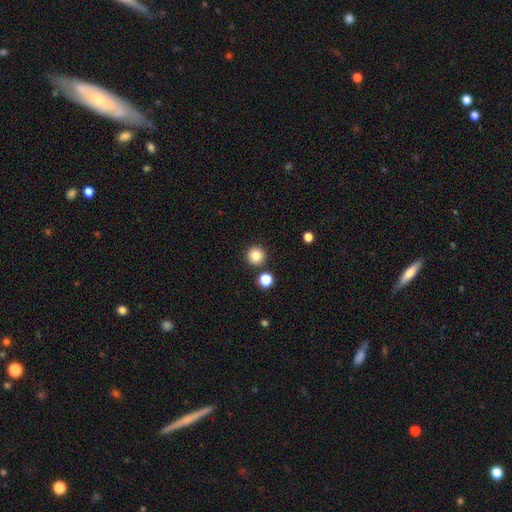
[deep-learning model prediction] smooth_or_featured: smooth (p=0.84) [alt: star or artifact p=0.11]
how_rounded: round (p=0.96) [alt: in between p=0.03]
merging: none (p=0.90) [alt: minor disturbance p=0.05]